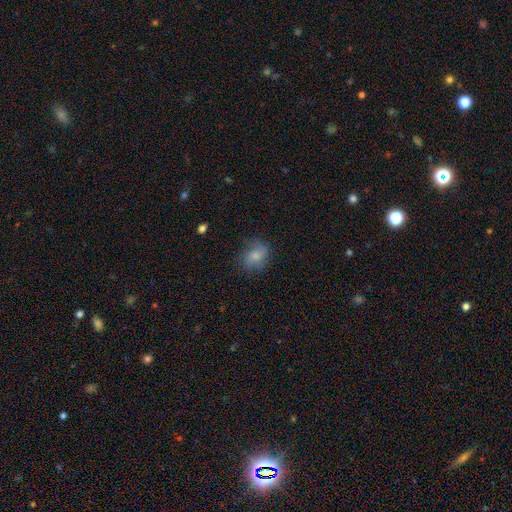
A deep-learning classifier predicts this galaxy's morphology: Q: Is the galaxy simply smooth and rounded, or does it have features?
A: smooth — 71%.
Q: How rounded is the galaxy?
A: in between — 55%.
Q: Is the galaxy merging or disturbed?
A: none — 70%.